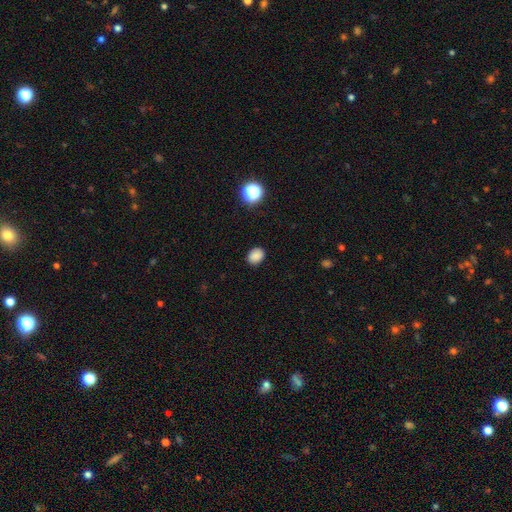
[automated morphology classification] type=smooth (85%); roundness=in between (53%); merging=none (88%).